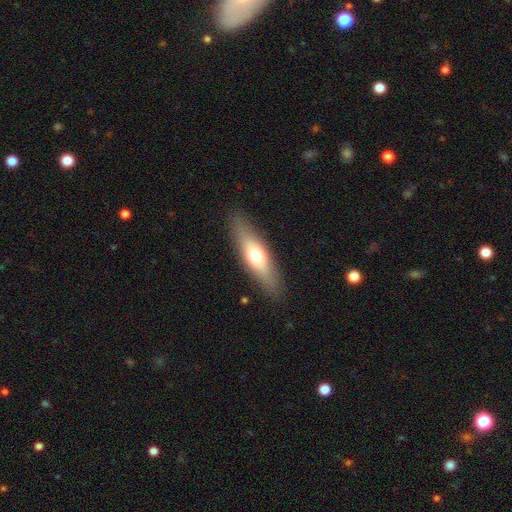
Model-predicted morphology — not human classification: smooth-or-featured: smooth: 59% | featured or disk: 35% | star or artifact: 6%
  how-rounded: cigar-shaped: 54% | in between: 44% | round: 3%
  merging: none: 87% | minor disturbance: 9% | major disturbance: 3% | merger: 1%